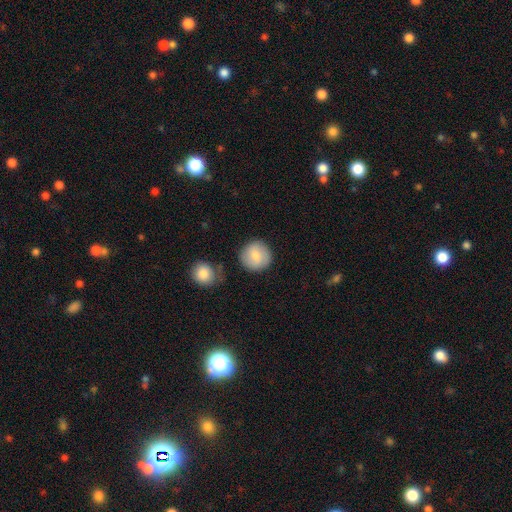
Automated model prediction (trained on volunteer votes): This is clearly a smooth galaxy (82%). How rounded: clearly round (94%). Merging: likely none (79%).